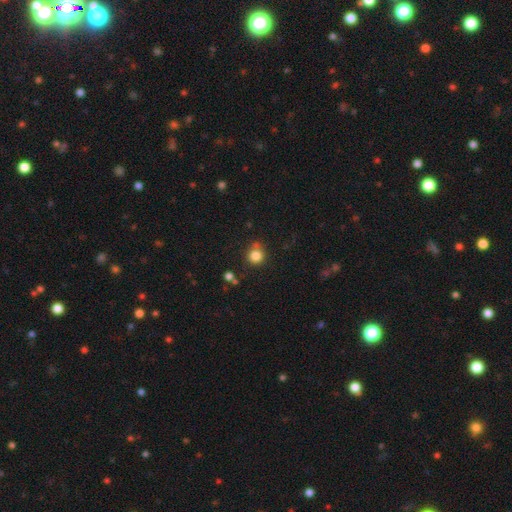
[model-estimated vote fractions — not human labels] A smooth galaxy with no disk features (83%) that is round (91%).

Vote fractions:
- Smooth or featured? smooth: 83% / star or artifact: 12% / featured or disk: 5%
- How rounded? round: 91% / in between: 8% / cigar-shaped: 1%
- Merging? none: 73% / minor disturbance: 13% / merger: 10% / major disturbance: 4%